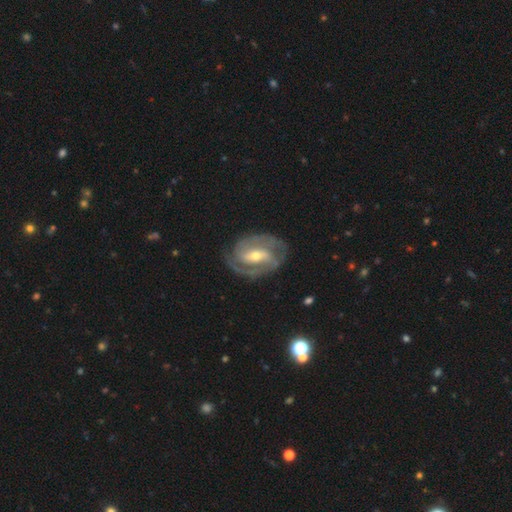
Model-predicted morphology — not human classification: A featured or disk galaxy (88%) with a strong bar (46%), 2 (77%) tight (52%) spiral arms (95%) and a moderate central bulge (55%). Merging: none (79%).